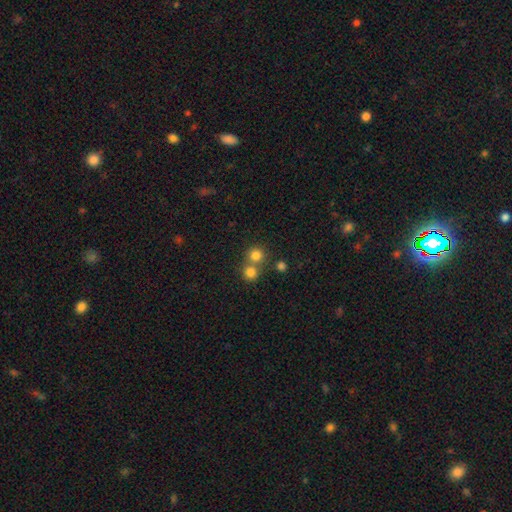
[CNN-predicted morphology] smooth-or-featured: smooth: 79% | star or artifact: 14% | featured or disk: 7%
  how-rounded: round: 90% | in between: 9% | cigar-shaped: 1%
  merging: none: 55% | merger: 37% | minor disturbance: 6% | major disturbance: 2%